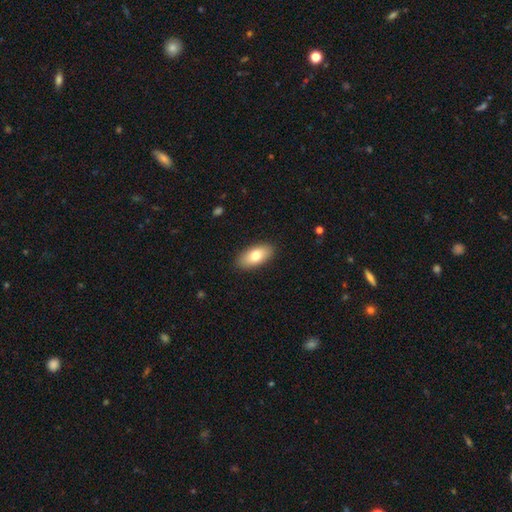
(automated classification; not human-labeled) smooth 76%, featured or disk 18%, star or artifact 6%. Down the decision tree: how rounded — in between (90%); merging — none (89%).